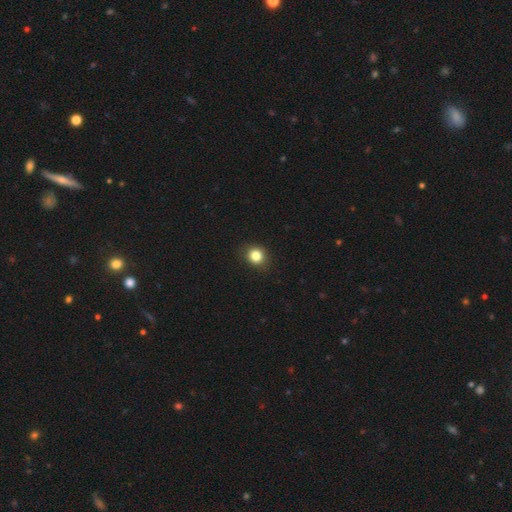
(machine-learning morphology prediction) smooth-or-featured: smooth: 84% | star or artifact: 11% | featured or disk: 5%
  how-rounded: round: 81% | in between: 18% | cigar-shaped: 1%
  merging: none: 89% | minor disturbance: 8% | major disturbance: 2% | merger: 1%